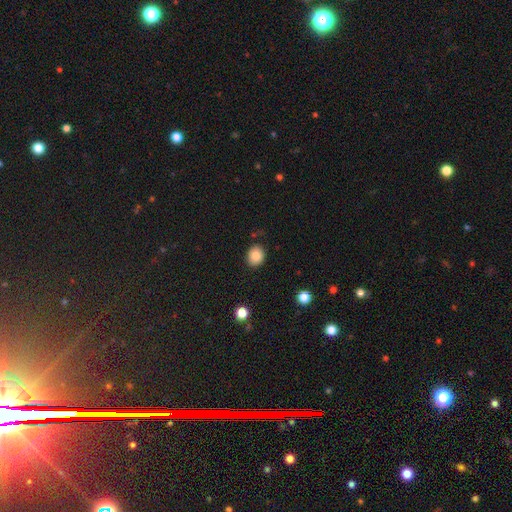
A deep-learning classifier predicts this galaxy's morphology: Smooth or featured? Predicted: smooth (p=0.85). How rounded? Predicted: round (p=0.55). Merging? Predicted: none (p=0.85).